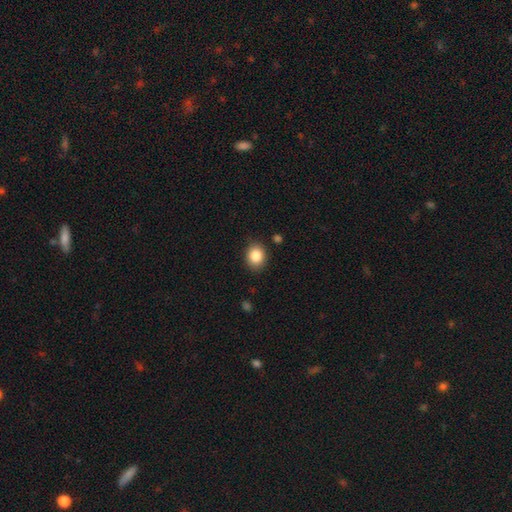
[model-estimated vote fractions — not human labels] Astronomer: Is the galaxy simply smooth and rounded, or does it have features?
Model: smooth — 85%.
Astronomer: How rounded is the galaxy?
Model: round — 57% (runner-up: in between, 42%).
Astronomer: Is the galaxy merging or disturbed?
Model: none — 86%.